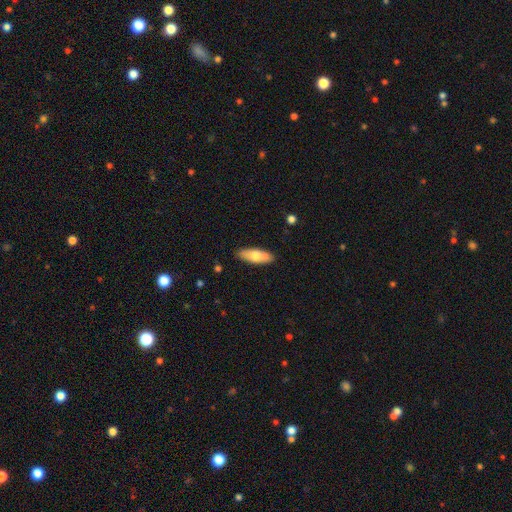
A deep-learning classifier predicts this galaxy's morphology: The model was most divided on "how rounded": in between: 67%, cigar-shaped: 30%, round: 2%. More confident: merging — none (83%); smooth or featured — smooth (66%).